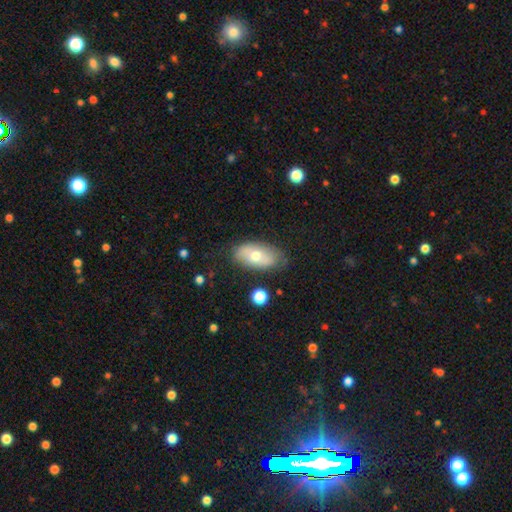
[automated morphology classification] A smooth galaxy with no disk features (60%) that is in between round and cigar-shaped (92%). Merging: none (74%).